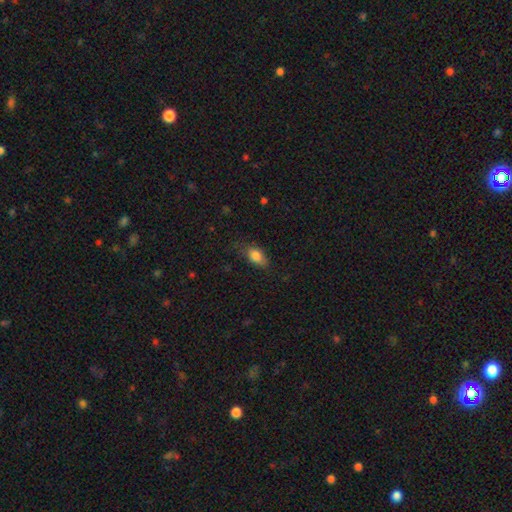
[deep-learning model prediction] This is clearly a smooth galaxy (82%). How rounded: clearly in between (85%). Merging: likely none (68%).